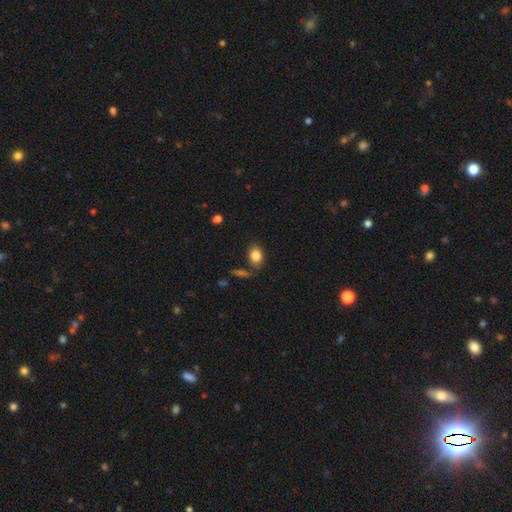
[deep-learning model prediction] Smooth or featured? Predicted: smooth (p=0.82). How rounded? Predicted: in between (p=0.70). Merging? Predicted: none (p=0.75).